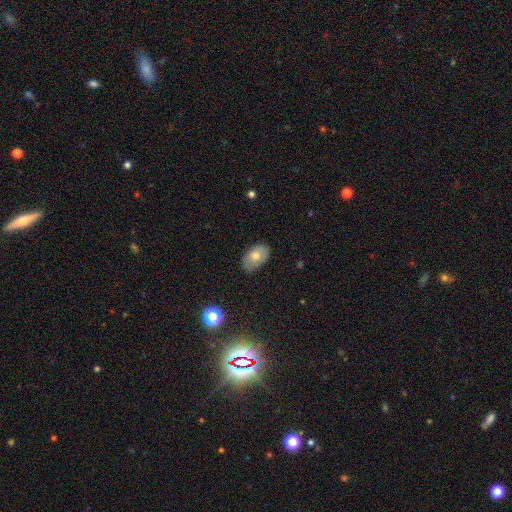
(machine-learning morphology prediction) type=smooth (70%); roundness=in between (92%); merging=none (81%).